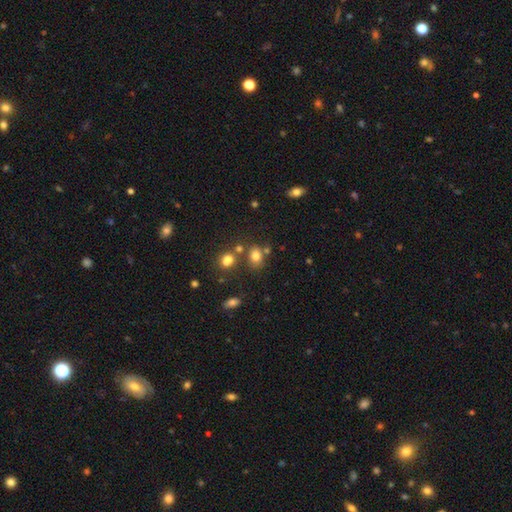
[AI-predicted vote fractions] A smooth galaxy with no disk features (77%) that is in between round and cigar-shaped (59%). Merging: none (61%).